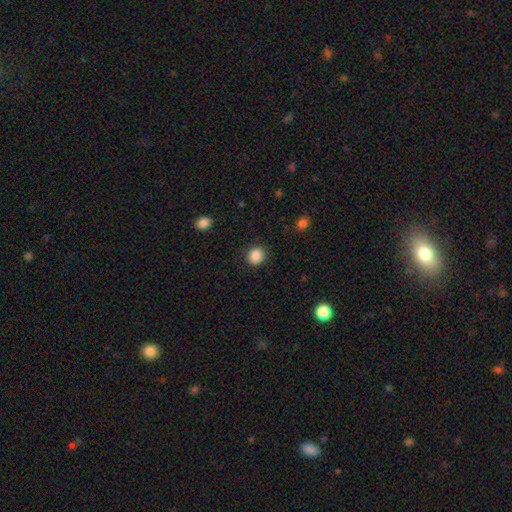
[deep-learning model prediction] The model was most divided on "how rounded": round: 83%, in between: 16%, cigar-shaped: 1%. More confident: merging — none (88%); smooth or featured — smooth (87%).